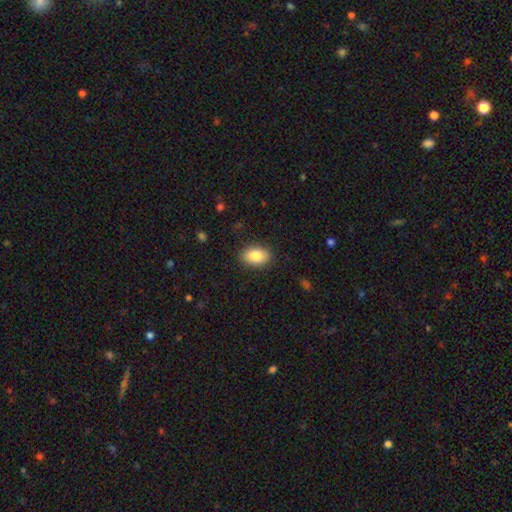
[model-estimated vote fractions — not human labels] Smooth or featured: smooth — 83% (featured or disk — 9%)
How rounded: in between — 84% (round — 14%)
Merging: none — 87% (minor disturbance — 10%)